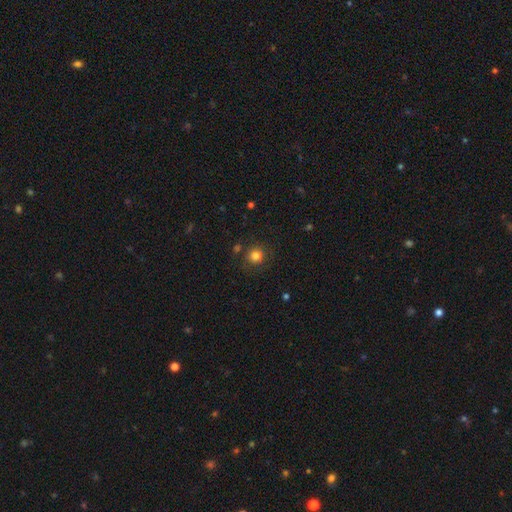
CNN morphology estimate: Smooth or featured? smooth (81%)
How rounded? round (91%)
Merging? none (83%)